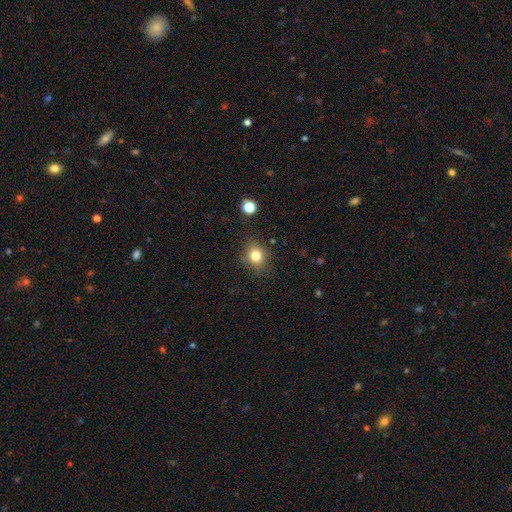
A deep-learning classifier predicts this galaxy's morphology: Overall: smooth (80%). How rounded: round (68%; in between 31%). Merging: none (82%).